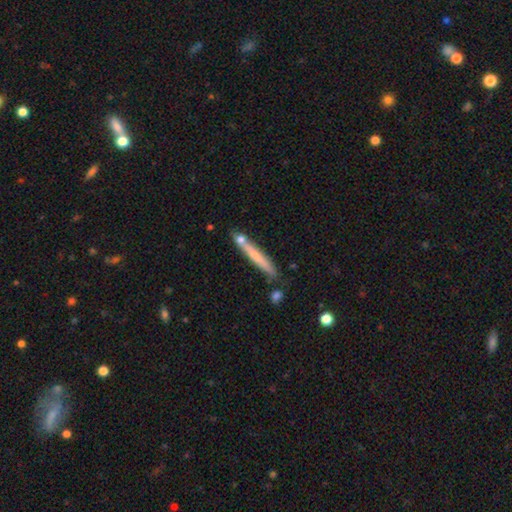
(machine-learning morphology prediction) This is possibly a smooth galaxy (58%). How rounded: clearly cigar-shaped (95%). Merging: likely none (72%).